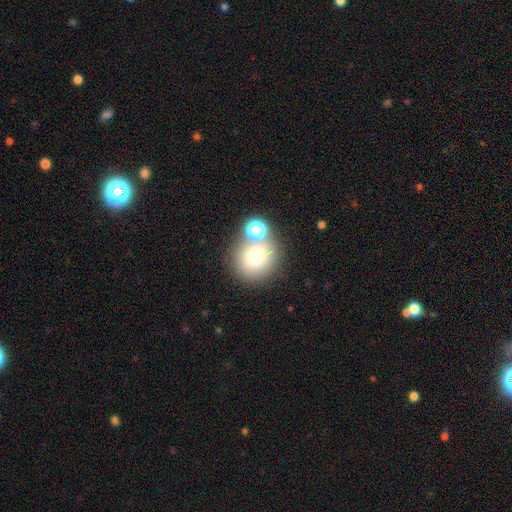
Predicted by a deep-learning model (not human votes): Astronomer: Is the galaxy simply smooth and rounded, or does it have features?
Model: smooth — 72%.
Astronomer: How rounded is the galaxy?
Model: round — 82%.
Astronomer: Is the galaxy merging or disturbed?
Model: none — 60%.